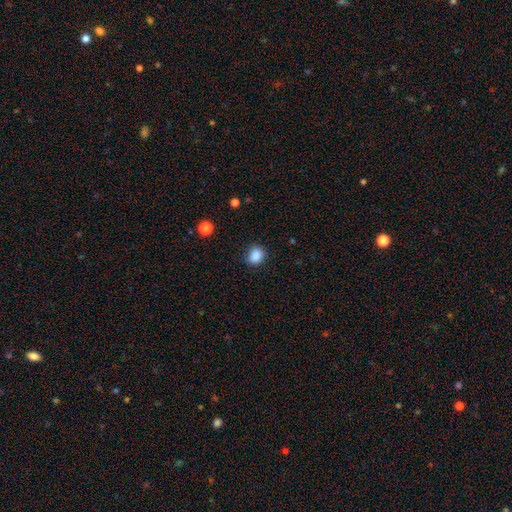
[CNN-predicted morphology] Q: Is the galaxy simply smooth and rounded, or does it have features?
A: smooth — 87%.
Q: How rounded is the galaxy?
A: round — 60%.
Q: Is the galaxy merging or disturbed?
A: none — 82%.